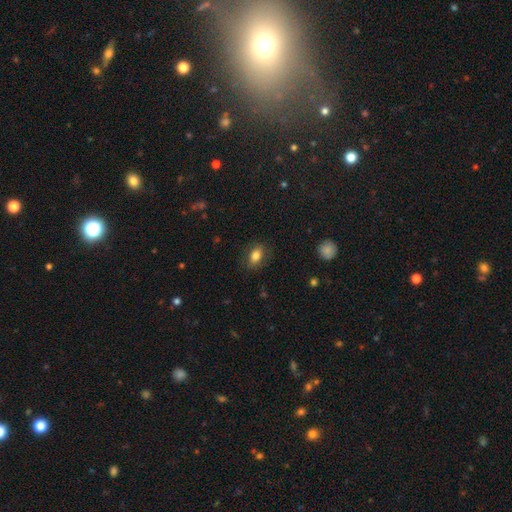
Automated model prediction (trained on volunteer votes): Morphology: type=smooth (82%); roundness=in between (81%); merging=none (83%).